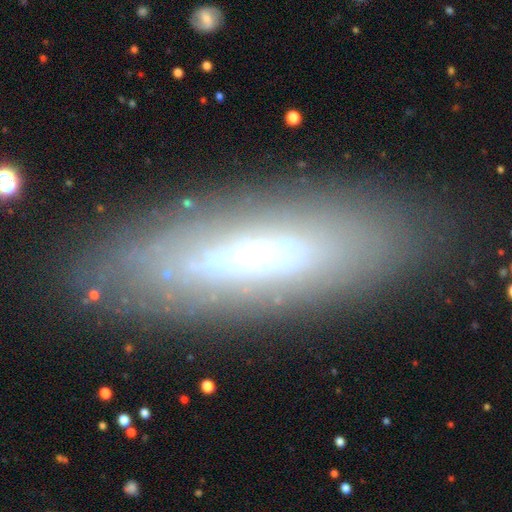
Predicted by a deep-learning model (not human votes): The model was most divided on "edge-on disk": no: 52%, yes: 48%. More confident: merging — none (79%); smooth or featured — featured or disk (53%).